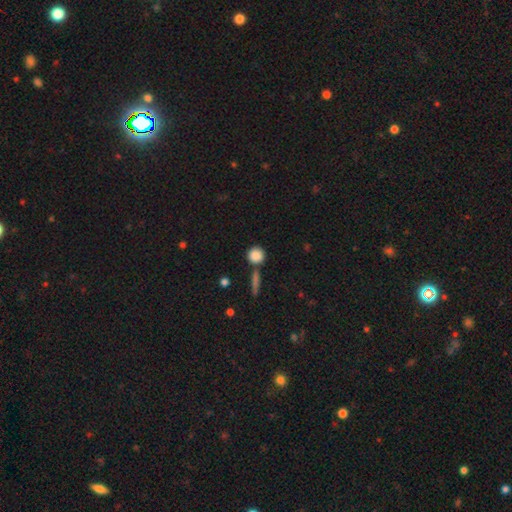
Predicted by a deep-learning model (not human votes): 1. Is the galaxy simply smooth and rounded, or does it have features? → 86% smooth, 8% star or artifact, 5% featured or disk.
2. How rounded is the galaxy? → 90% round, 7% in between, 2% cigar-shaped.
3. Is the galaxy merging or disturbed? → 76% none, 12% merger, 9% minor disturbance, 3% major disturbance.